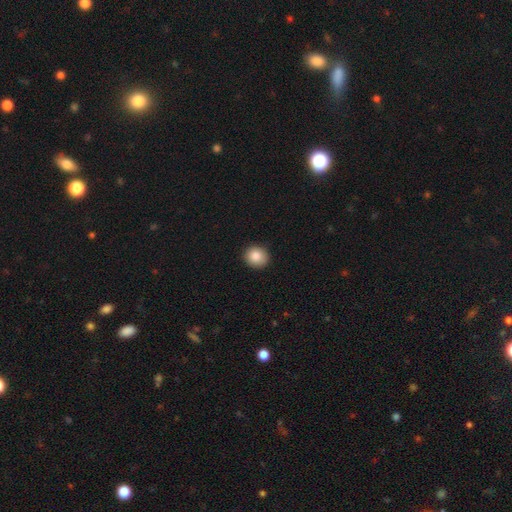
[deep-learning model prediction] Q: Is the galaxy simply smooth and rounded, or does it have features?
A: smooth — 86%.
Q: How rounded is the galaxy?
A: round — 84%.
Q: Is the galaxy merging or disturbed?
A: none — 91%.